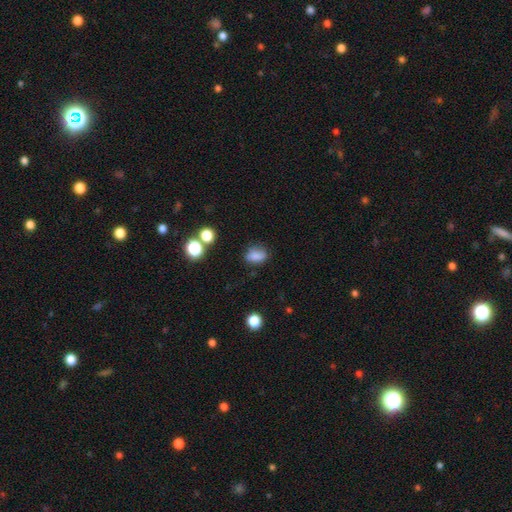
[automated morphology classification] smooth-or-featured: smooth: 81% | star or artifact: 12% | featured or disk: 8%
  how-rounded: in between: 74% | round: 24% | cigar-shaped: 2%
  merging: none: 69% | minor disturbance: 22% | major disturbance: 6% | merger: 3%